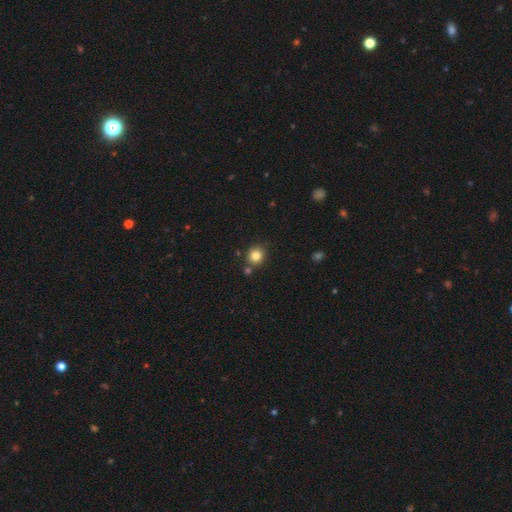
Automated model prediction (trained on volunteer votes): Smooth or featured?
  - smooth: 82% *
  - star or artifact: 12%
  - featured or disk: 7%
How rounded?
  - round: 85% *
  - in between: 14%
  - cigar-shaped: 1%
Merging?
  - none: 78% *
  - minor disturbance: 10%
  - merger: 10%
  - major disturbance: 3%